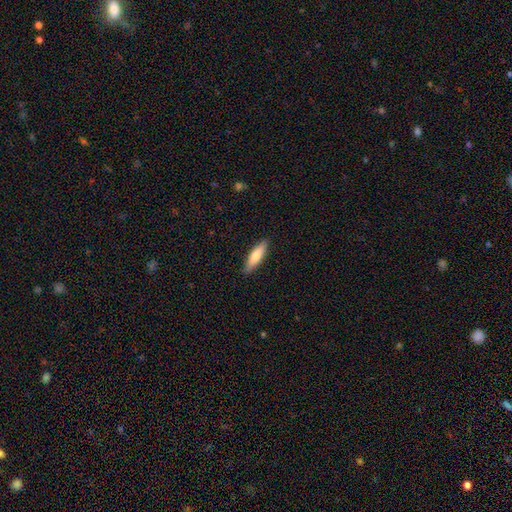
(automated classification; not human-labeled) smooth 72%, featured or disk 22%, star or artifact 6%. Down the decision tree: how rounded — cigar-shaped (64%); merging — none (88%).